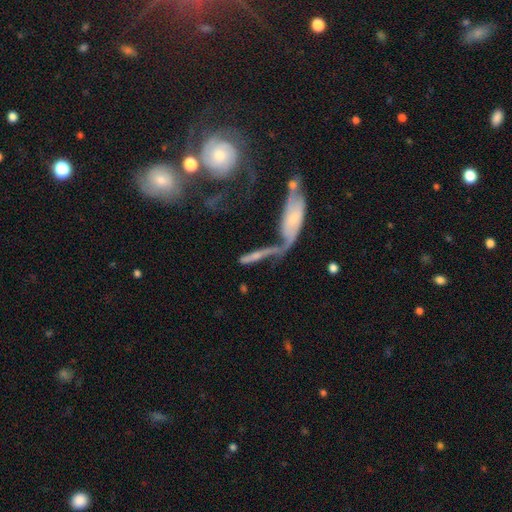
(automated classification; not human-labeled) Morphology: type=featured or disk (52%); edge-on=yes (54%); merging=merger (47%).